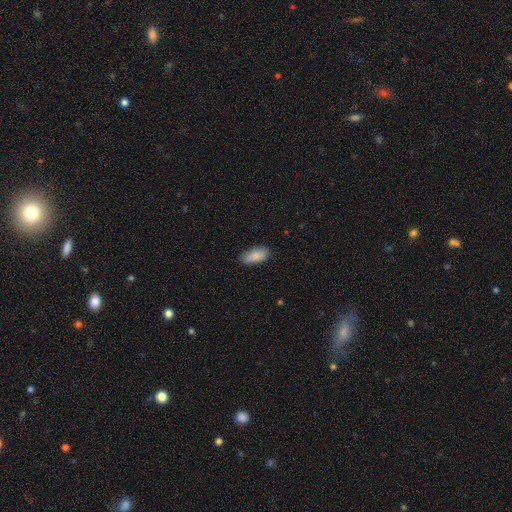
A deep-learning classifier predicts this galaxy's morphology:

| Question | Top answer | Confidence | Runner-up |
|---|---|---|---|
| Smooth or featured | smooth | 88% | star or artifact (6%) |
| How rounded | in between | 89% | cigar-shaped (9%) |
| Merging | none | 84% | minor disturbance (13%) |